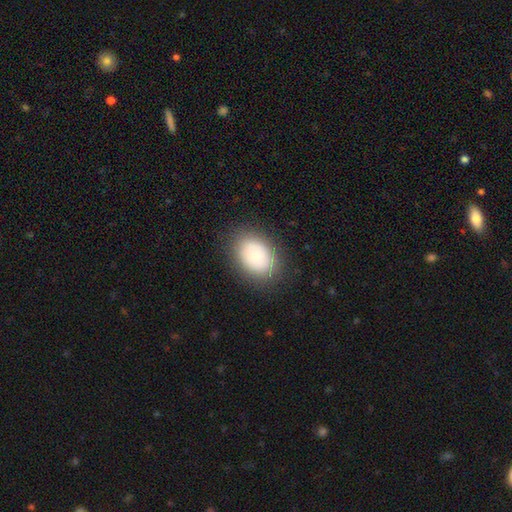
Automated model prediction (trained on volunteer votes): A smooth galaxy with no disk features (79%) that is in between round and cigar-shaped (74%). Merging: none (84%).